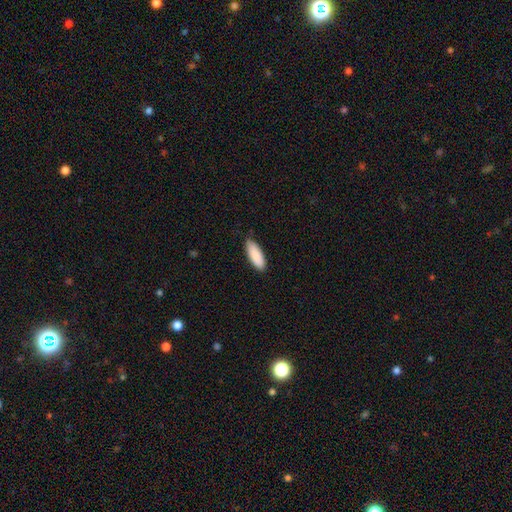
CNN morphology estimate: The model was most divided on "how rounded": in between: 68%, cigar-shaped: 30%, round: 1%. More confident: smooth or featured — smooth (90%); merging — none (86%).